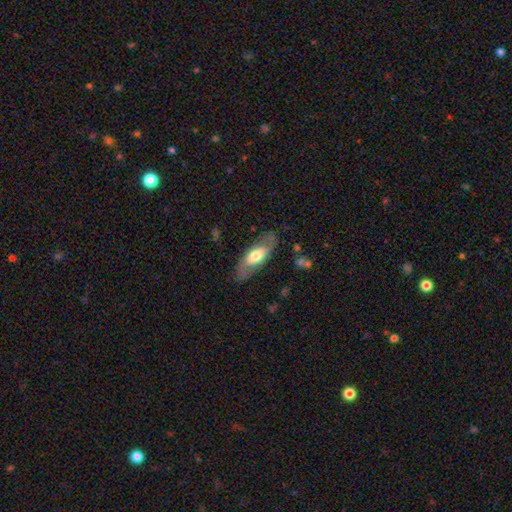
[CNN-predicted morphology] Smooth or featured?
  - smooth: 50% *
  - featured or disk: 45%
  - star or artifact: 6%
Merging?
  - none: 78% *
  - minor disturbance: 15%
  - major disturbance: 6%
  - merger: 1%